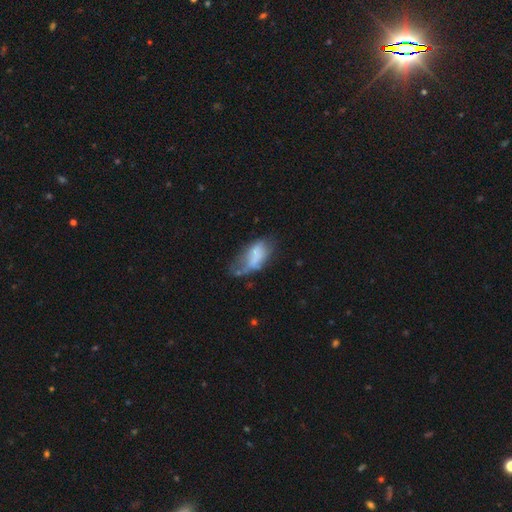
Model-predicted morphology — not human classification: type=smooth (58%); roundness=in between (89%); merging=major disturbance (36%).